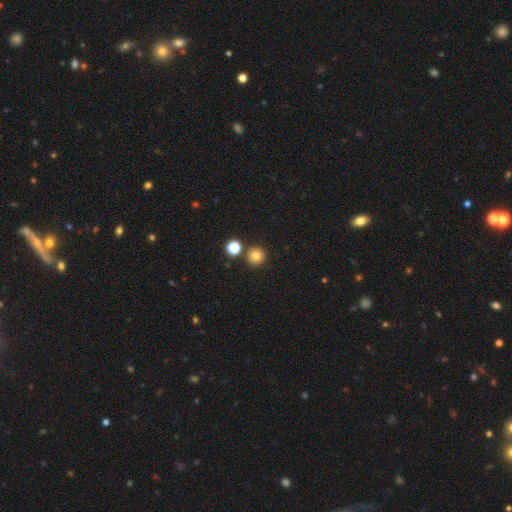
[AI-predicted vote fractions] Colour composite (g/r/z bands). It shows a smooth galaxy with no disk features (80%) that is round (95%). Merging: none (85%).